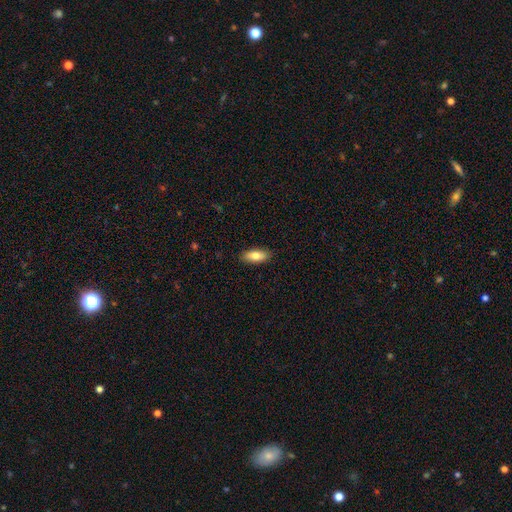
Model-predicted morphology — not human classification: smooth 80%, featured or disk 13%, star or artifact 6%. Down the decision tree: how rounded — in between (81%); merging — none (89%).